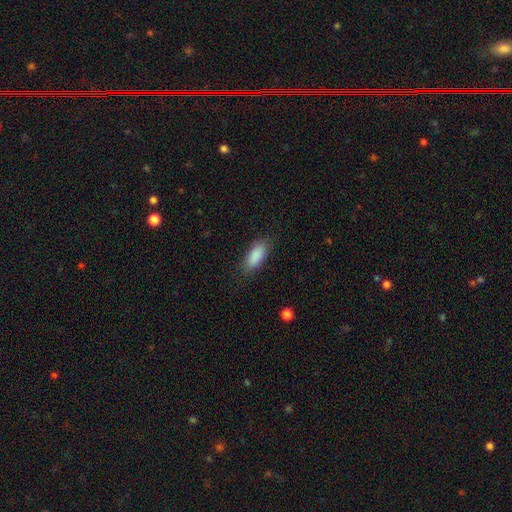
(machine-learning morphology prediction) Overall: smooth (89%). How rounded: in between (82%). Merging: none (85%).